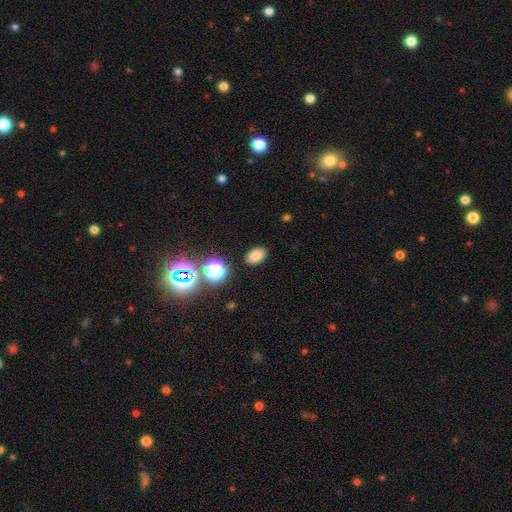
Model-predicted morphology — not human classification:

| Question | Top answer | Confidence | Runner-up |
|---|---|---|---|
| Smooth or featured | smooth | 79% | star or artifact (15%) |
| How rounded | in between | 83% | round (16%) |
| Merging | none | 87% | minor disturbance (8%) |